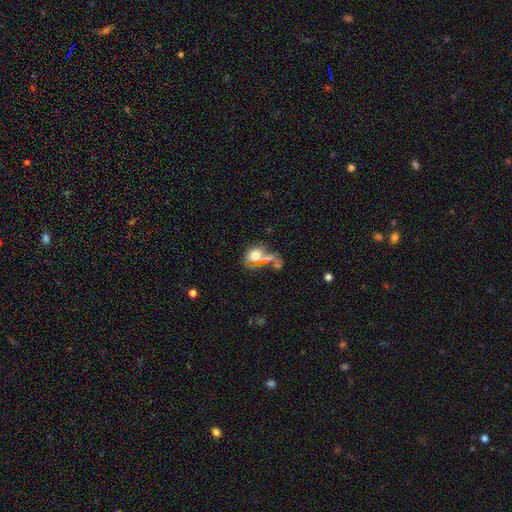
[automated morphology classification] Smooth or featured? Predicted: smooth (p=0.65). How rounded? Predicted: in between (p=0.65). Merging? Predicted: merger (p=0.41).